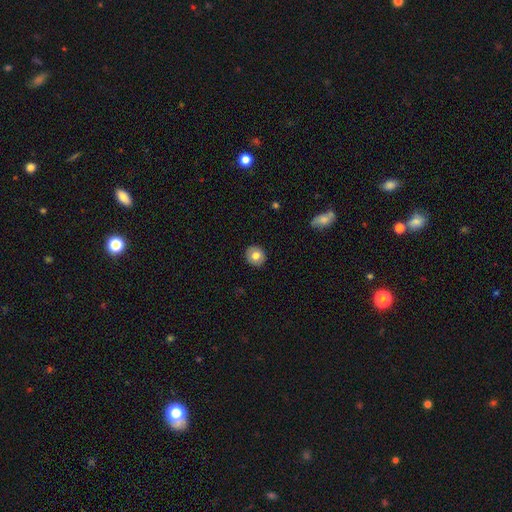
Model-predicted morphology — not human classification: smooth_or_featured: smooth (p=0.76) [alt: featured or disk p=0.16]
how_rounded: round (p=0.87) [alt: in between p=0.12]
merging: none (p=0.91) [alt: minor disturbance p=0.06]